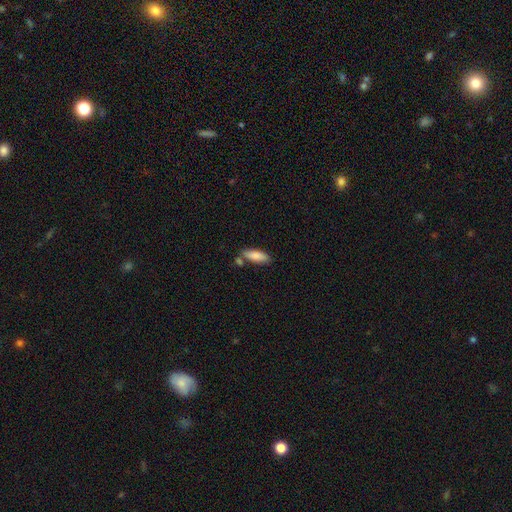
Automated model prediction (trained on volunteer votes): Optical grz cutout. It shows a smooth galaxy with no disk features (84%) that is in between round and cigar-shaped (61%). Merging: none (67%).